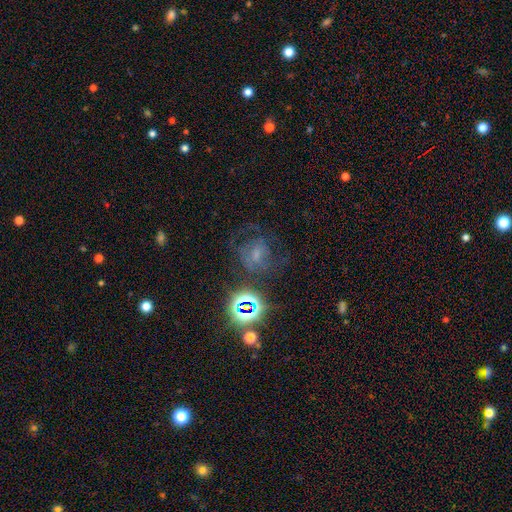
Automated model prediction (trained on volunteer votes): smooth-or-featured: featured or disk: 36% | star or artifact: 35% | smooth: 30%
  merging: none: 54% | major disturbance: 22% | minor disturbance: 20% | merger: 5%